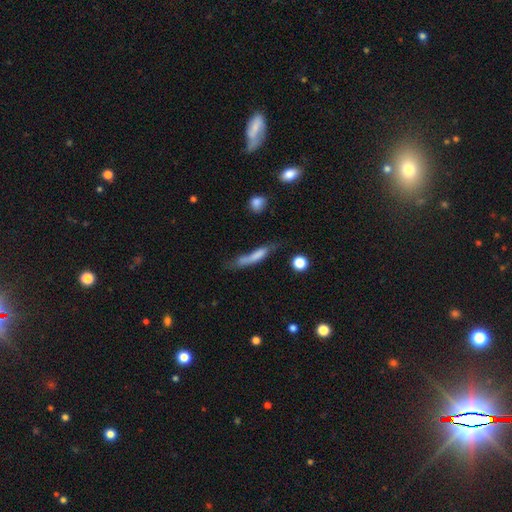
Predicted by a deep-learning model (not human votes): smooth_or_featured: smooth (p=0.64) [alt: featured or disk p=0.27]
how_rounded: cigar-shaped (p=0.83) [alt: in between p=0.14]
merging: none (p=0.37) [alt: minor disturbance p=0.28]